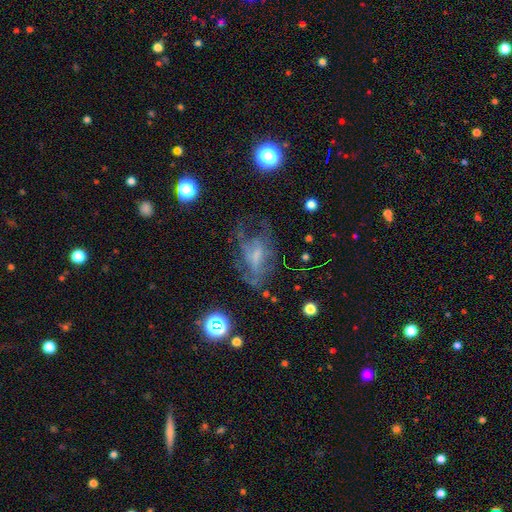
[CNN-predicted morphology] Smooth or featured? featured or disk (58%)
Edge-on disk? no (94%)
Bar? no (59%)
Spiral arms? no (55%)
Bulge size? small (34%)
Merging? none (42%)